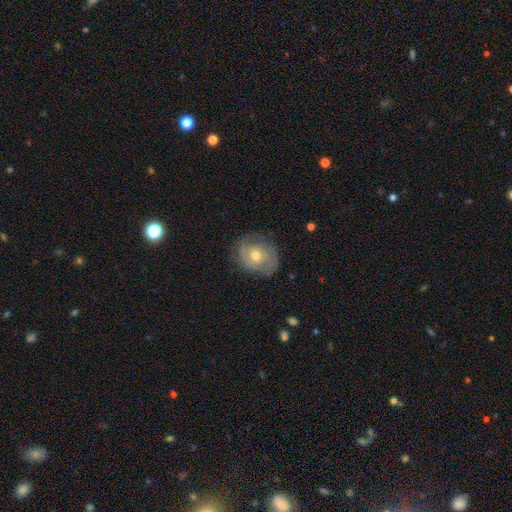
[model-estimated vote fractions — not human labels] Overall: featured or disk (66%; smooth 27%). Edge-on disk: no (96%). Bar: no (73%). Spiral arms: yes (80%). Spiral arm count: 2 (47%; can't tell 31%). Spiral winding: tight (57%; medium 32%). Bulge size: moderate (67%; small 28%). Merging: none (75%).